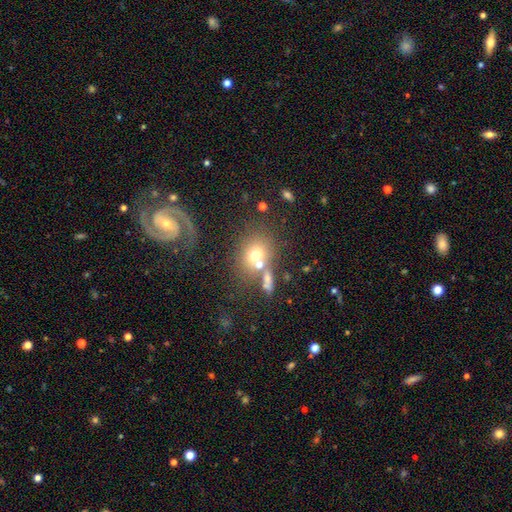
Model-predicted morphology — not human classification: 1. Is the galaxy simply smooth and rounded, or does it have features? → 65% smooth, 20% featured or disk, 15% star or artifact.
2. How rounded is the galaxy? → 63% round, 35% in between, 2% cigar-shaped.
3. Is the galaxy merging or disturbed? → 50% none, 29% merger, 12% minor disturbance, 8% major disturbance.